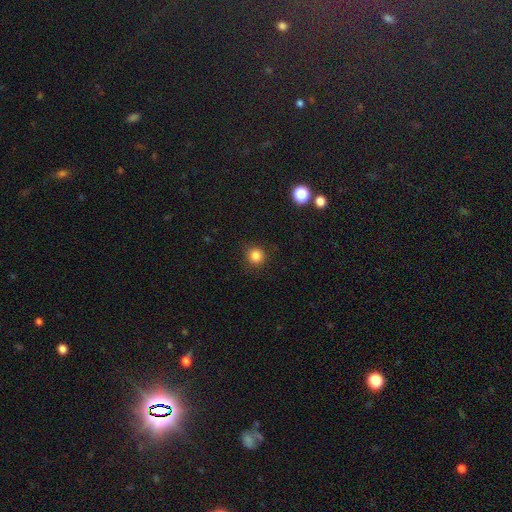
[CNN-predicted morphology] Smooth or featured: smooth — 84% (star or artifact — 12%)
How rounded: round — 92% (in between — 7%)
Merging: none — 89% (minor disturbance — 8%)